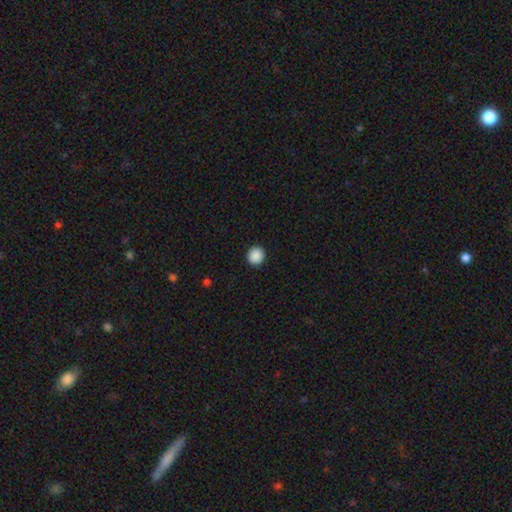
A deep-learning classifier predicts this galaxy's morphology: This is clearly a smooth galaxy (89%). How rounded: clearly round (93%). Merging: clearly none (93%).